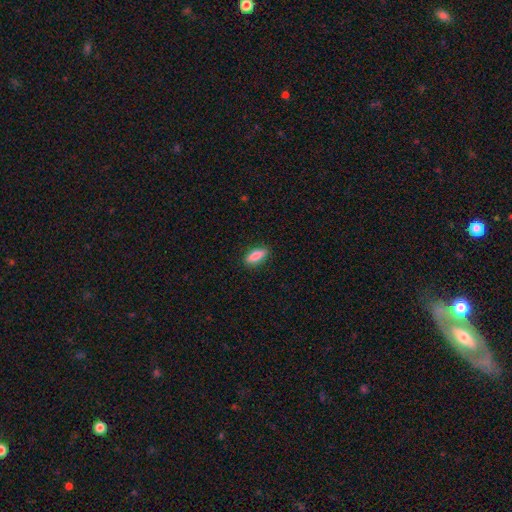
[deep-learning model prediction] smooth_or_featured: smooth (p=0.87) [alt: featured or disk p=0.07]
how_rounded: in between (p=0.71) [alt: cigar-shaped p=0.27]
merging: none (p=0.88) [alt: minor disturbance p=0.09]